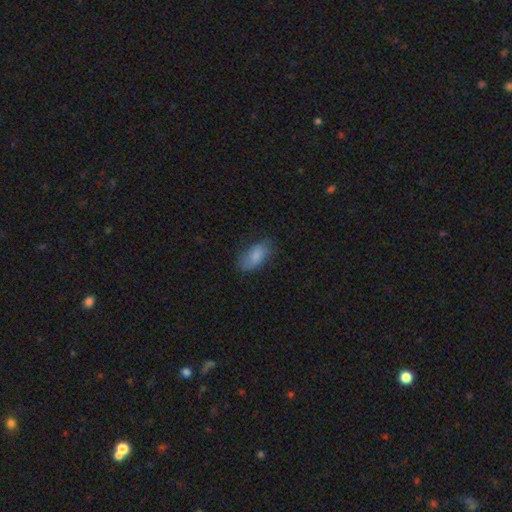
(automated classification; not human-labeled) Morphology: type=smooth (79%); roundness=in between (91%); merging=none (65%).